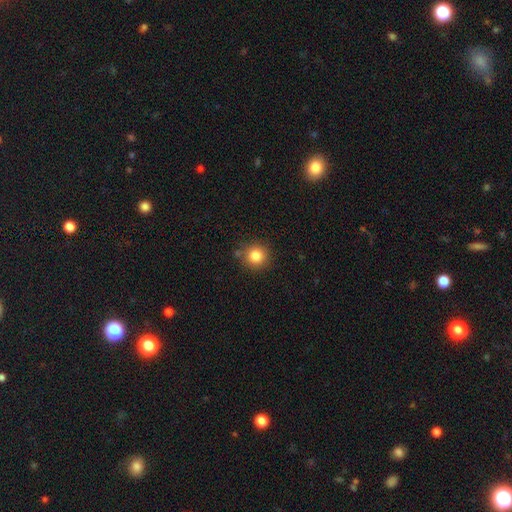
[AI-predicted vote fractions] Smooth or featured: smooth — 83% (star or artifact — 11%)
How rounded: round — 93% (in between — 6%)
Merging: none — 83% (minor disturbance — 10%)